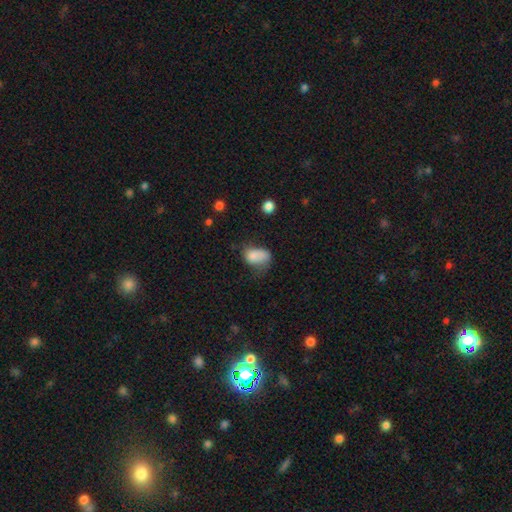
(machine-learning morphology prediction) This is likely a smooth galaxy (78%). How rounded: clearly in between (84%). Merging: marginally major disturbance (34%).